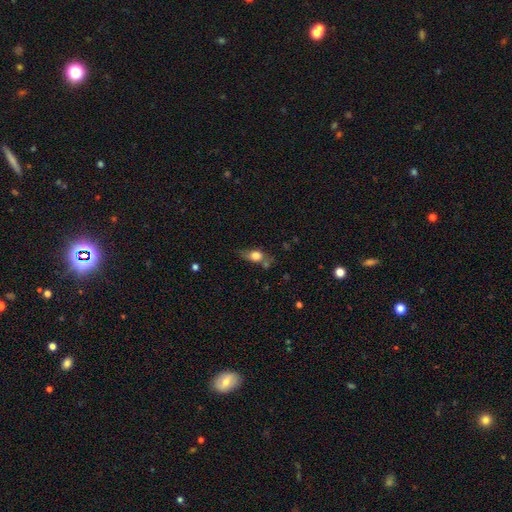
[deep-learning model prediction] Morphology: type=smooth (70%); roundness=in between (66%); merging=none (50%).